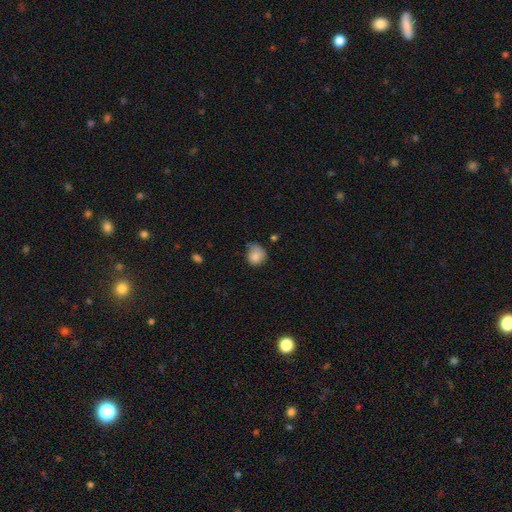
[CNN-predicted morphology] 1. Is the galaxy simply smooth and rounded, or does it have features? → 83% smooth, 9% star or artifact, 8% featured or disk.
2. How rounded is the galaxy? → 71% round, 29% in between, 1% cigar-shaped.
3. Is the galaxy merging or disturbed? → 45% none, 39% minor disturbance, 13% major disturbance, 3% merger.